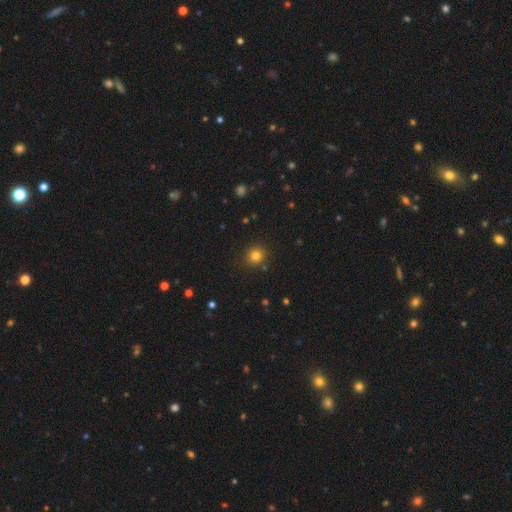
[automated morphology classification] A smooth galaxy with no disk features (80%) that is round (88%). Merging: none (89%).